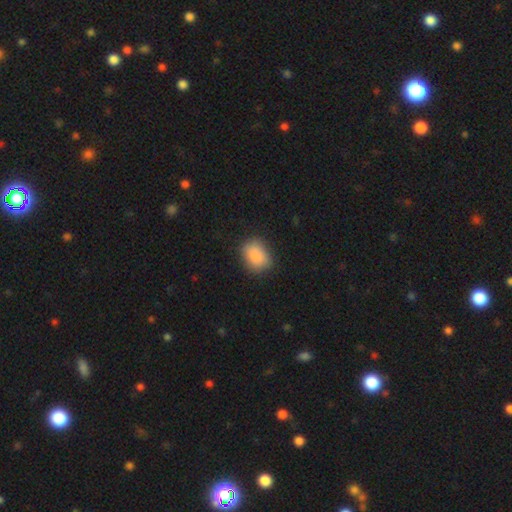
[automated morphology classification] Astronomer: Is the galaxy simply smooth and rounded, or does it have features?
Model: smooth — 86%.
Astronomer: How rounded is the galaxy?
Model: in between — 64%.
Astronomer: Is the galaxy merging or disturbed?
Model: none — 80%.